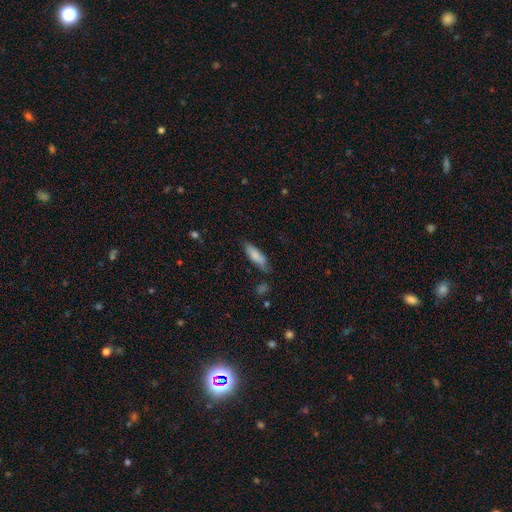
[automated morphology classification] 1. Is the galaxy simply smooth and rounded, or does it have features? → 79% smooth, 15% featured or disk, 6% star or artifact.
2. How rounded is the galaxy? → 49% in between (tied), 49% cigar-shaped (tied), 2% round.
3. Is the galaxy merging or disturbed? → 70% none, 22% minor disturbance, 5% major disturbance, 3% merger.